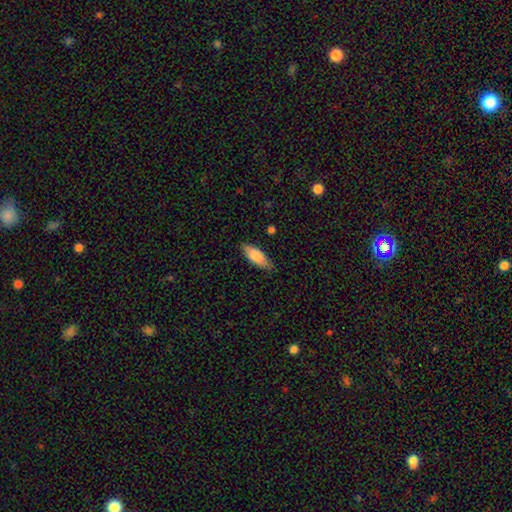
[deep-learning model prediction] Morphology: type=smooth (83%); roundness=in between (73%); merging=none (81%).